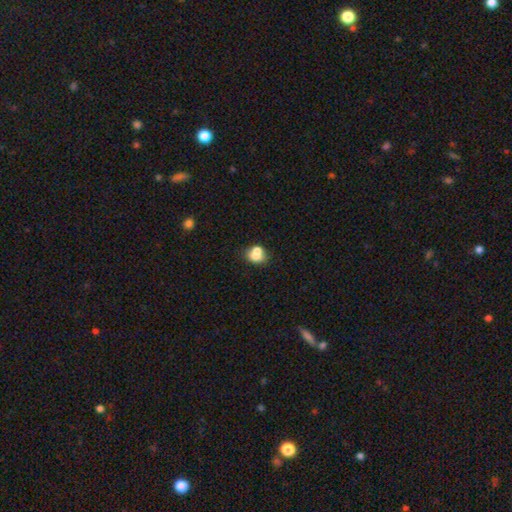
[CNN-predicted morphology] Overall: smooth (71%). How rounded: round (57%; in between 42%). Merging: merger (48%; none 37%).